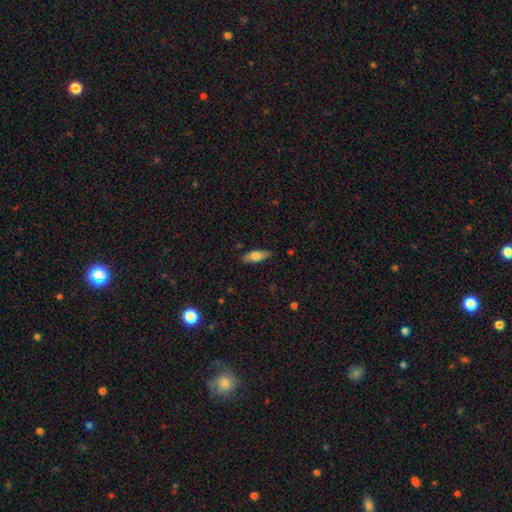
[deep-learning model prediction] smooth 71%, featured or disk 23%, star or artifact 6%. Down the decision tree: how rounded — in between (72%); merging — none (85%).